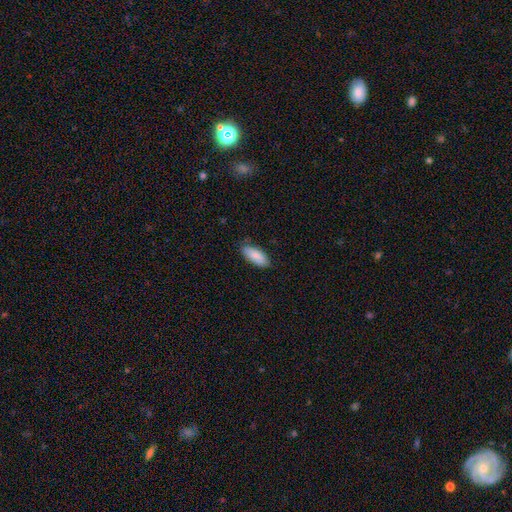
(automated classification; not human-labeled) A smooth galaxy with no disk features (85%) that is in between round and cigar-shaped (84%).

Vote fractions:
- Smooth or featured? smooth: 85% / featured or disk: 10% / star or artifact: 6%
- How rounded? in between: 84% / cigar-shaped: 15% / round: 2%
- Merging? none: 78% / minor disturbance: 18% / major disturbance: 3% / merger: 1%